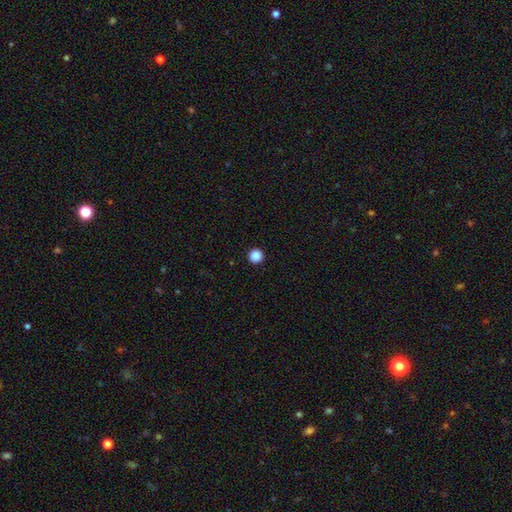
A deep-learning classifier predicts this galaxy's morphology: A smooth galaxy with no disk features (88%) that is round (97%).

Vote fractions:
- Smooth or featured? smooth: 88% / star or artifact: 10% / featured or disk: 2%
- How rounded? round: 97% / in between: 3% / cigar-shaped: 1%
- Merging? none: 94% / minor disturbance: 4% / major disturbance: 1% / merger: 1%